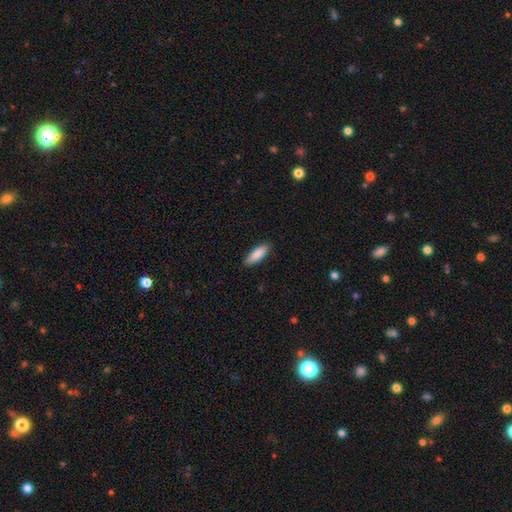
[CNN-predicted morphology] type=smooth (87%); roundness=in between (50%); merging=none (88%).